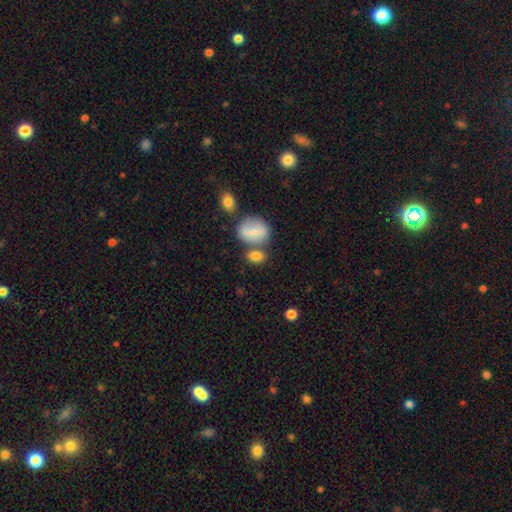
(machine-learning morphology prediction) Overall: smooth (80%). How rounded: in between (64%; round 33%). Merging: none (53%; merger 28%).